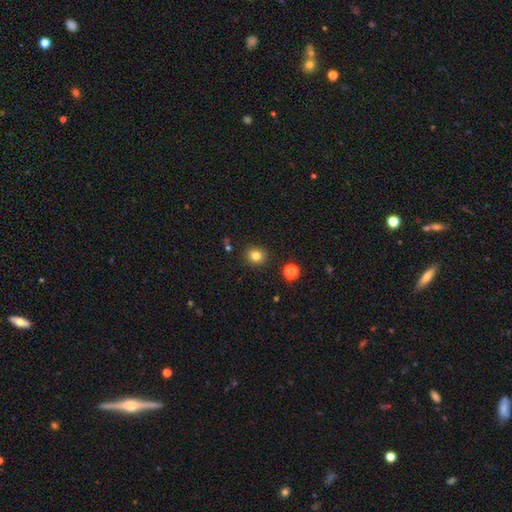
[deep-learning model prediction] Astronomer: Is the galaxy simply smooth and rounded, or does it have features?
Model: smooth — 81%.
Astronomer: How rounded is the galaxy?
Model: round — 81%.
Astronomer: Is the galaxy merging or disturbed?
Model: none — 89%.